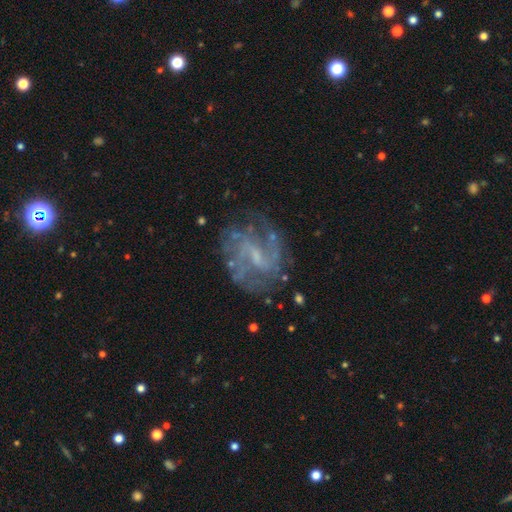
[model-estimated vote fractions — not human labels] A featured or disk galaxy (83%) with a weak bar (57%), 2 (54%) medium (47%) spiral arms (88%) and a small central bulge (49%). Merging: none (65%).